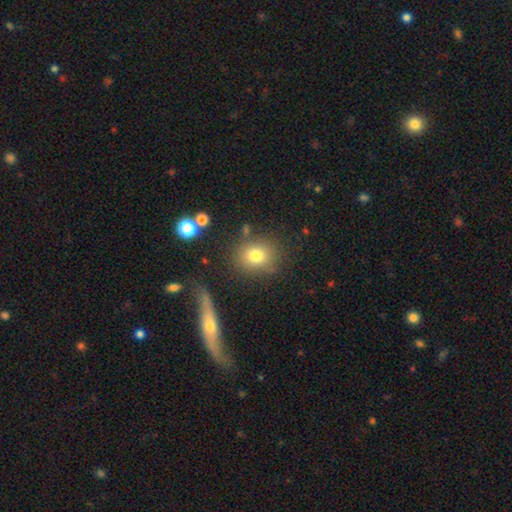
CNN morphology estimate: Overall: smooth (77%). How rounded: round (72%). Merging: none (80%).